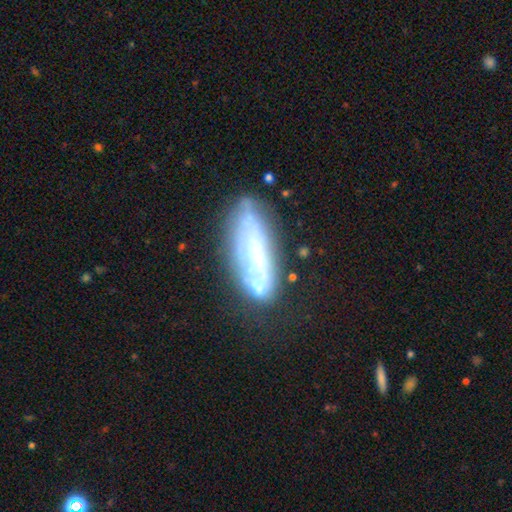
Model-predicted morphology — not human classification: Smooth or featured? Predicted: featured or disk (p=0.57). Edge-on disk? Predicted: no (p=0.75). Merging? Predicted: none (p=0.55).